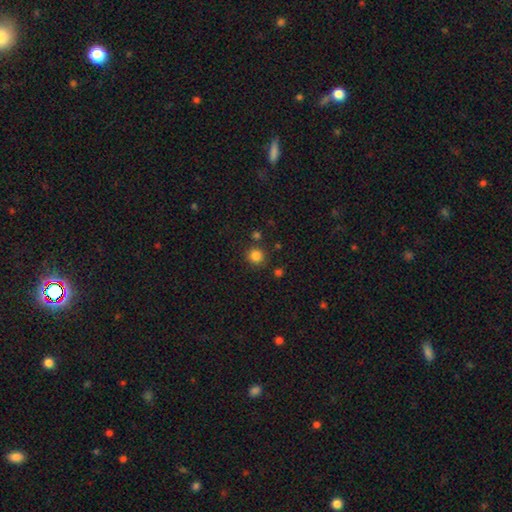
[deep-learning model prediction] Q: Smooth or featured?
A: smooth (84%); runner-up: star or artifact (12%)
Q: How rounded?
A: round (91%); runner-up: in between (9%)
Q: Merging?
A: none (84%); runner-up: minor disturbance (8%)